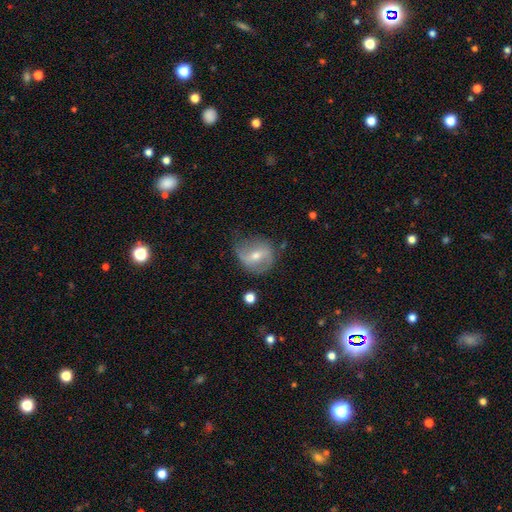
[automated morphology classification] Q: Smooth or featured?
A: featured or disk (64%); runner-up: smooth (28%)
Q: Edge-on disk?
A: no (93%); runner-up: yes (7%)
Q: Bar?
A: strong (42%); runner-up: weak (41%)
Q: Spiral arms?
A: yes (73%); runner-up: no (27%)
Q: Bulge size?
A: moderate (53%); runner-up: small (42%)
Q: Merging?
A: none (56%); runner-up: minor disturbance (29%)